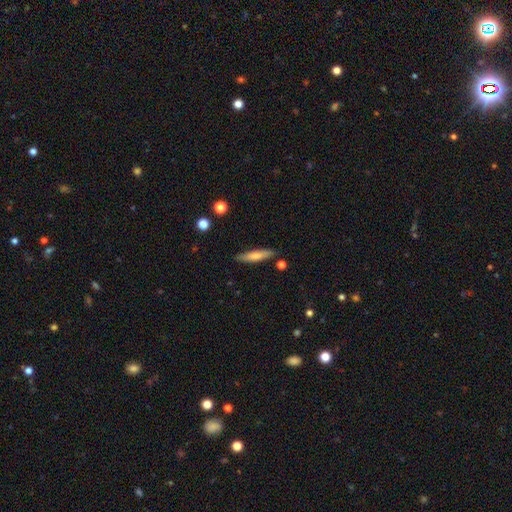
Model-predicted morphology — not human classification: Q: Smooth or featured?
A: smooth (65%); runner-up: featured or disk (29%)
Q: How rounded?
A: cigar-shaped (84%); runner-up: in between (14%)
Q: Merging?
A: none (85%); runner-up: minor disturbance (10%)